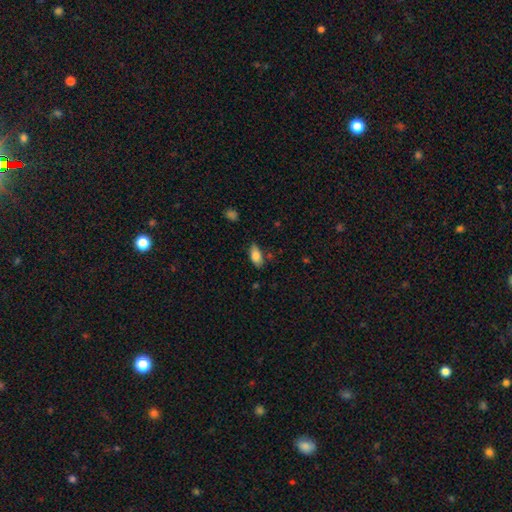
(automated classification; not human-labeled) smooth 83%, featured or disk 10%, star or artifact 7%. Down the decision tree: how rounded — in between (89%); merging — none (73%).